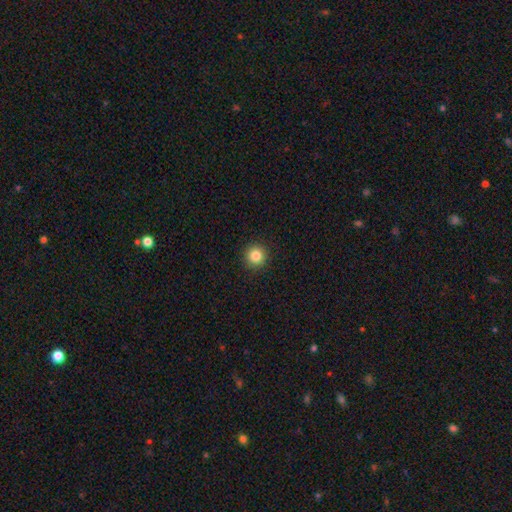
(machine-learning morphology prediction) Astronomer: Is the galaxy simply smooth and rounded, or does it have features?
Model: smooth — 84%.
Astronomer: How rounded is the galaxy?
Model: round — 95%.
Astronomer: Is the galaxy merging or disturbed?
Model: none — 92%.